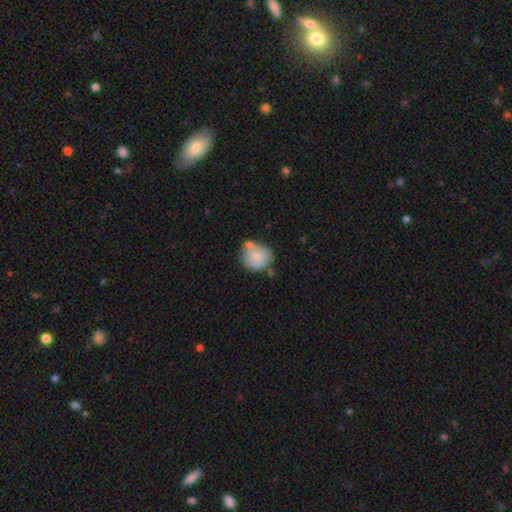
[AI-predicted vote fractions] This appears to be a smooth galaxy with no disk features (68%) that is round (76%). Merging: none (46%).